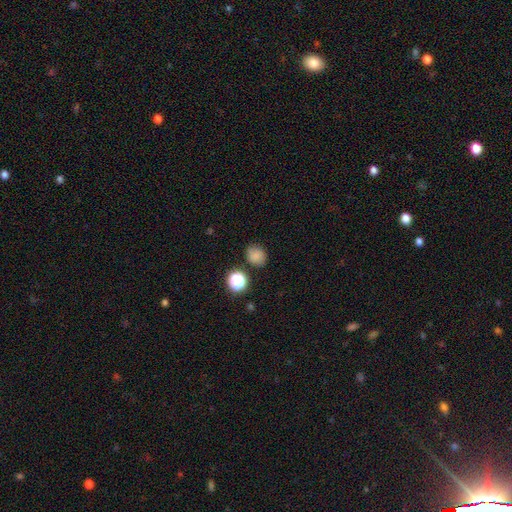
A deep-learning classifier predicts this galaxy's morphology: Overall: smooth (78%). How rounded: round (67%; in between 32%). Merging: none (77%).